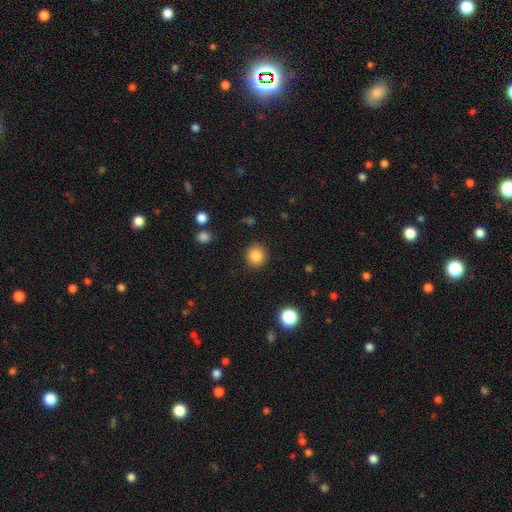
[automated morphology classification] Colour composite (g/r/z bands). It shows a smooth galaxy with no disk features (85%) that is round (88%). Merging: none (89%).